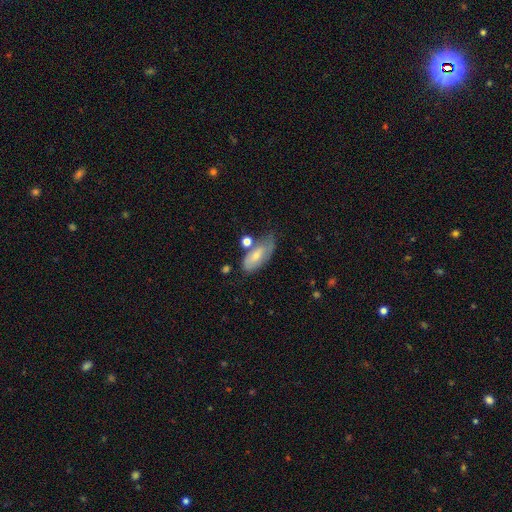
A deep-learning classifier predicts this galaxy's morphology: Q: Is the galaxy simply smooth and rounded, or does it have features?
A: smooth — 59%.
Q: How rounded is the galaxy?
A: in between — 85%.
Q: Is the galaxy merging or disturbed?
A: none — 41%.